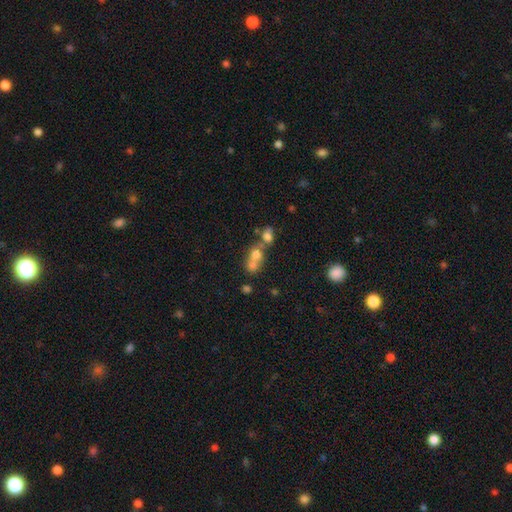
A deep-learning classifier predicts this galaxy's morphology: Smooth or featured? smooth (62%)
How rounded? round (66%)
Merging? merger (66%)